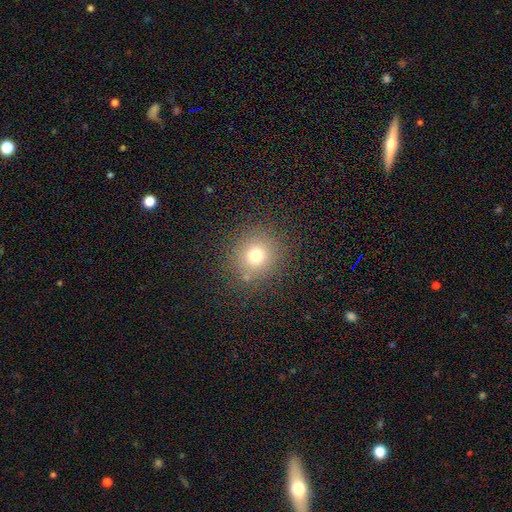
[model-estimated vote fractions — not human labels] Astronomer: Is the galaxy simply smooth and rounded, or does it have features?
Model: smooth — 72%.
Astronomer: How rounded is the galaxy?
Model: round — 88%.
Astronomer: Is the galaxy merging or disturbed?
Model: none — 84%.